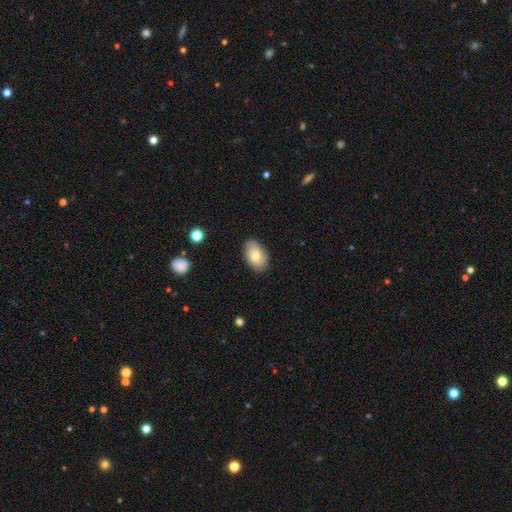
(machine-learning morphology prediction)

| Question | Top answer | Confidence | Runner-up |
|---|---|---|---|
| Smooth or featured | smooth | 69% | featured or disk (23%) |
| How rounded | in between | 89% | round (9%) |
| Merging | none | 82% | minor disturbance (15%) |